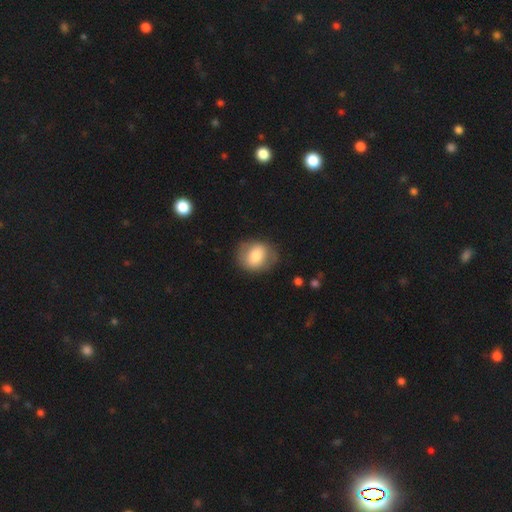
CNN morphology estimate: Q: Smooth or featured?
A: smooth (72%); runner-up: featured or disk (21%)
Q: How rounded?
A: round (51%); runner-up: in between (48%)
Q: Merging?
A: none (78%); runner-up: minor disturbance (15%)